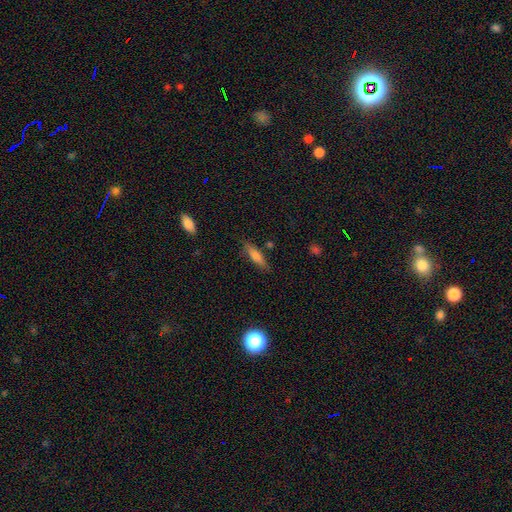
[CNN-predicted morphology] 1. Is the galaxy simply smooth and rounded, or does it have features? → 65% smooth, 26% featured or disk, 9% star or artifact.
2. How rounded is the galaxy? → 69% cigar-shaped, 28% in between, 3% round.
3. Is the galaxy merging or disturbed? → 83% none, 12% minor disturbance, 3% major disturbance, 2% merger.